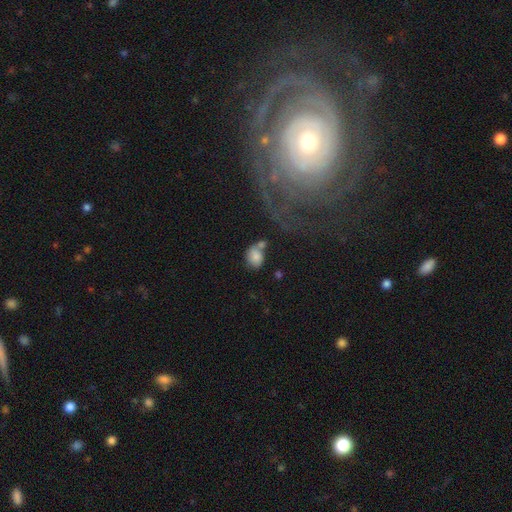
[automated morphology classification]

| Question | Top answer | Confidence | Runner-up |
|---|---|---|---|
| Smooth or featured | smooth | 76% | featured or disk (14%) |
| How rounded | in between | 56% | round (42%) |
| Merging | none | 36% | merger (34%) |